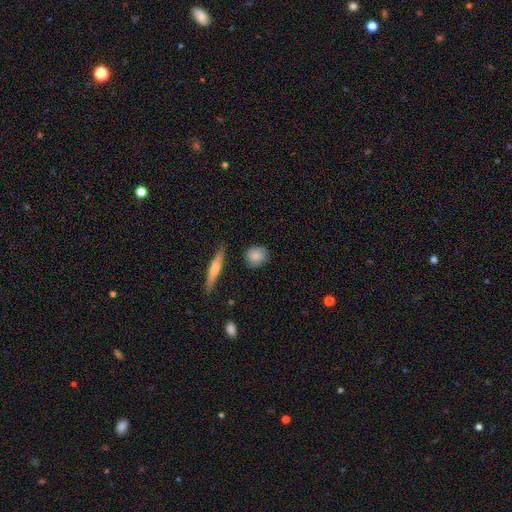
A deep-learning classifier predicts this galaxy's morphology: Smooth or featured: smooth — 83% (featured or disk — 10%)
How rounded: round — 77% (in between — 19%)
Merging: none — 84% (minor disturbance — 11%)